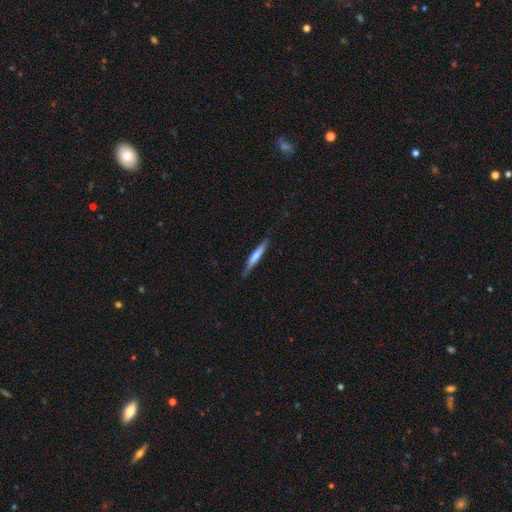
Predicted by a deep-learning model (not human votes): This is possibly a smooth galaxy (54%). How rounded: clearly cigar-shaped (93%). Merging: clearly none (82%).